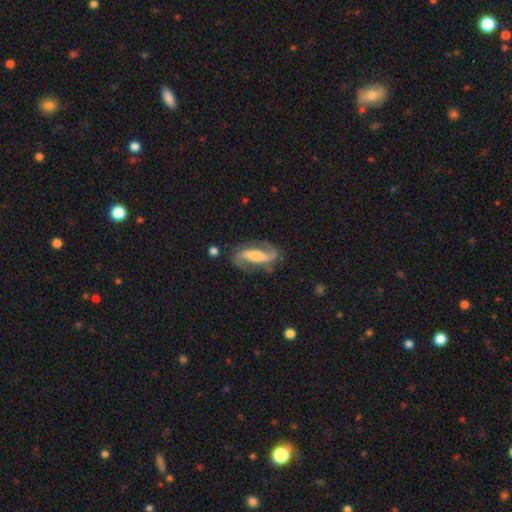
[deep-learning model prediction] Overall: featured or disk (85%). Edge-on disk: no (92%). Bar: strong (48%; weak 30%). Spiral arms: yes (95%). Spiral arm count: 2 (92%). Spiral winding: loose (47%; medium 39%). Bulge size: moderate (51%; small 30%). Merging: none (78%).